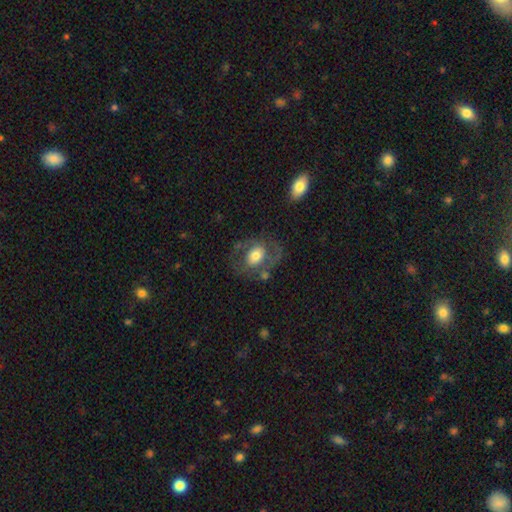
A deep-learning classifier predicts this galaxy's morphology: Smooth or featured?
  - featured or disk: 50% *
  - smooth: 43%
  - star or artifact: 7%
Merging?
  - none: 61% *
  - minor disturbance: 18%
  - major disturbance: 16%
  - merger: 5%